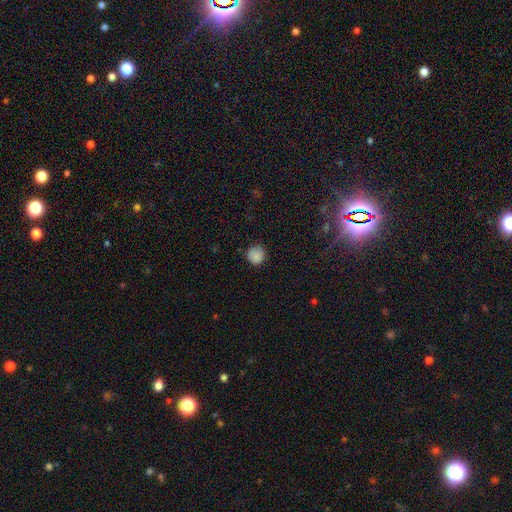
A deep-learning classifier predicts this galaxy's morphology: A smooth galaxy with no disk features (86%) that is round (91%).

Vote fractions:
- Smooth or featured? smooth: 86% / star or artifact: 9% / featured or disk: 5%
- How rounded? round: 91% / in between: 8% / cigar-shaped: 1%
- Merging? none: 81% / minor disturbance: 15% / major disturbance: 3% / merger: 1%